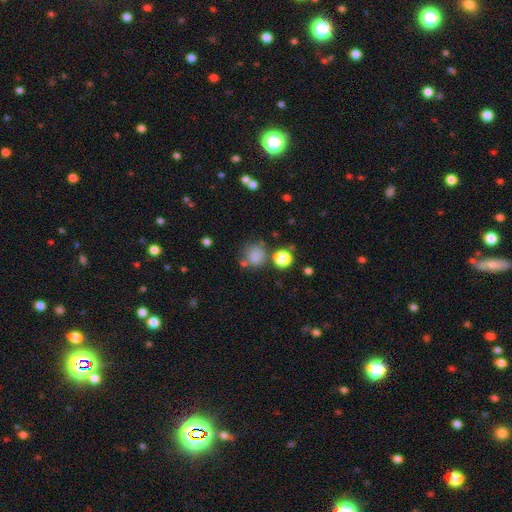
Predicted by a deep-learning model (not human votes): smooth 79%, star or artifact 14%, featured or disk 7%. Down the decision tree: how rounded — round (85%); merging — none (64%).